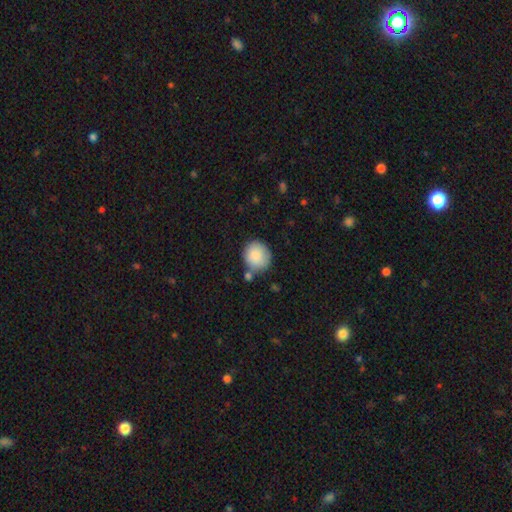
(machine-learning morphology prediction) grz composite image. It shows a smooth galaxy with no disk features (86%) that is round (85%). Merging: none (70%).